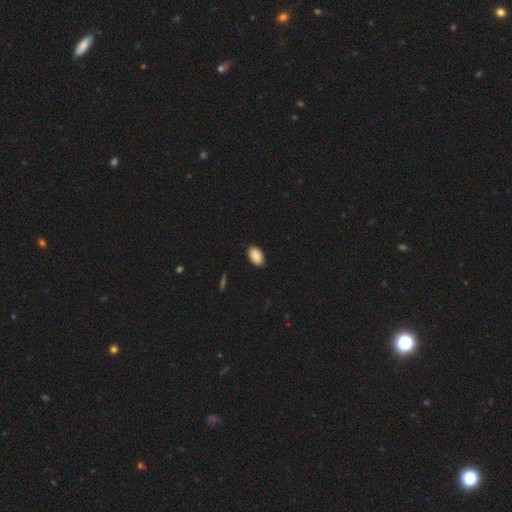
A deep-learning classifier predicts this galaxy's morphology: smooth 90%, star or artifact 7%, featured or disk 3%. Down the decision tree: how rounded — in between (91%); merging — none (89%).